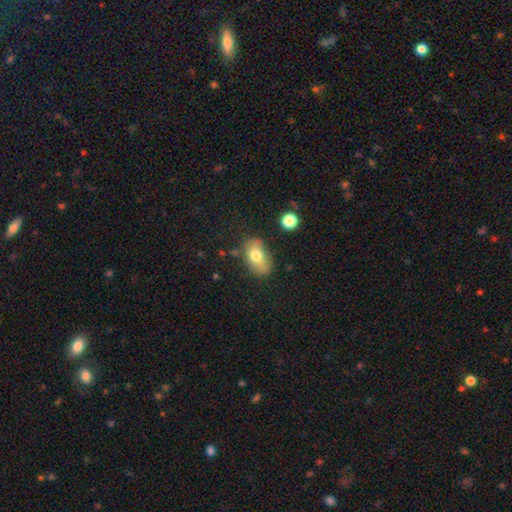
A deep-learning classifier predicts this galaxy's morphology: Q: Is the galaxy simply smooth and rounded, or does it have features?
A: smooth — 73%.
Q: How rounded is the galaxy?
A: in between — 87%.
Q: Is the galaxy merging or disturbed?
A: none — 66%.